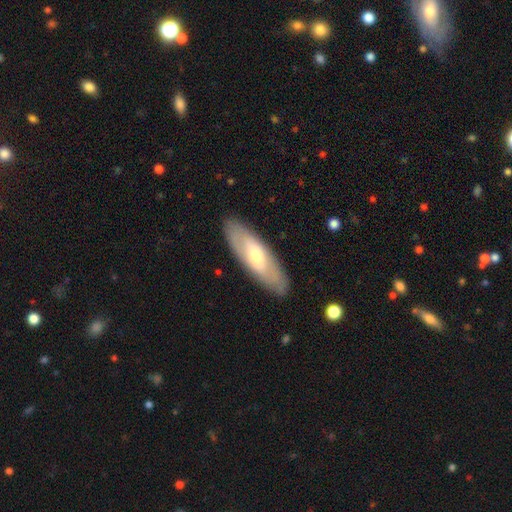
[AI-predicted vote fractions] Smooth or featured? smooth (50%)
How rounded? in between (59%)
Merging? none (87%)